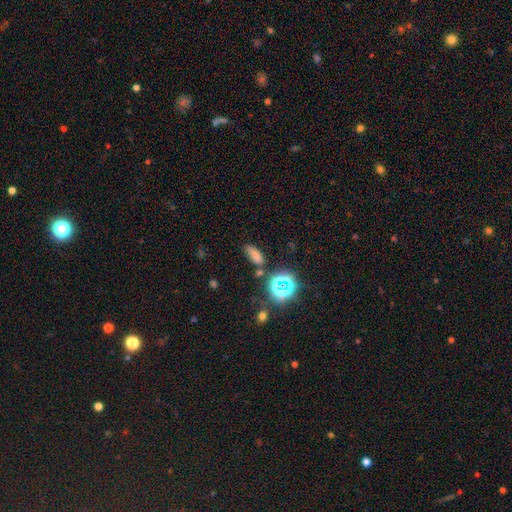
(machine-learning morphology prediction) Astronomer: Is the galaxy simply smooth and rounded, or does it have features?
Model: smooth — 69%.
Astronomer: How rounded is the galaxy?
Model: in between — 68%.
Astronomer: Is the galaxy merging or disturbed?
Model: none — 68%.